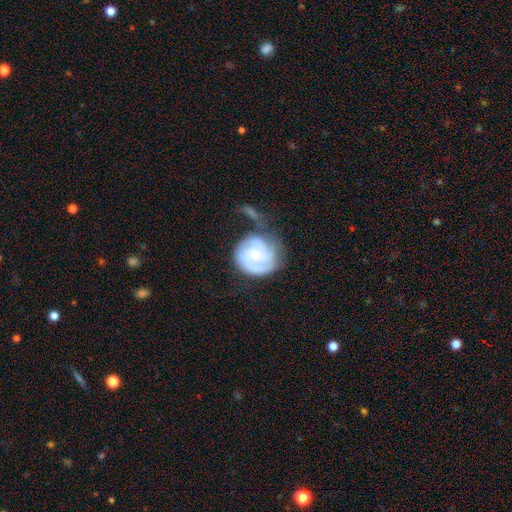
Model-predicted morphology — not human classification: This appears to be a featured or disk galaxy (75%) with no bar (64%), 2 (43%) tight (57%) spiral arms (91%) and a small central bulge (59%). Merging: none (43%).